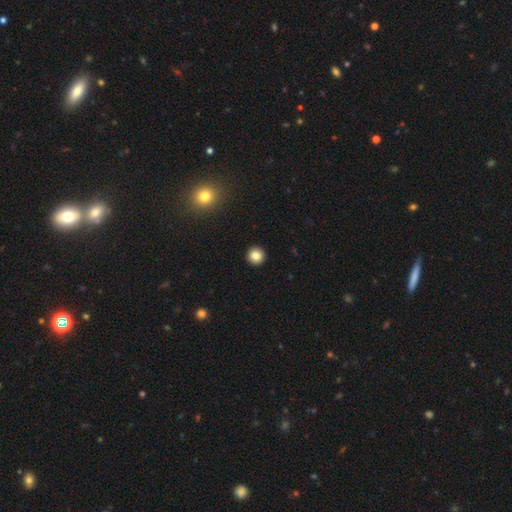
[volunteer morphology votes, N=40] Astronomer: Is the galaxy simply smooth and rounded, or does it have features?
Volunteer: smooth — 85%.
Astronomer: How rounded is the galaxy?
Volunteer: round — 100%.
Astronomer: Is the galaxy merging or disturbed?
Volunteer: none — 94%.